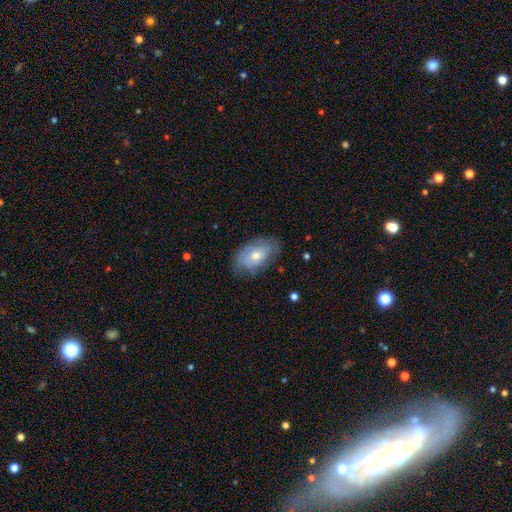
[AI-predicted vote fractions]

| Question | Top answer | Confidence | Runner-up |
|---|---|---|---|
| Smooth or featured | smooth | 54% | featured or disk (39%) |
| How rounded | in between | 91% | round (7%) |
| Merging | none | 72% | minor disturbance (22%) |